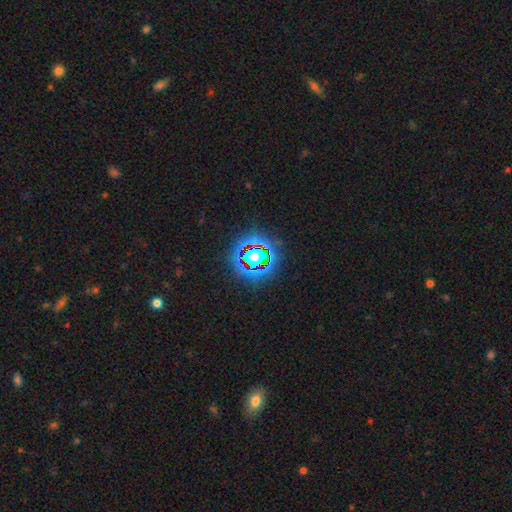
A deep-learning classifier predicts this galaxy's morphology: Smooth or featured: star or artifact — 65% (smooth — 22%)